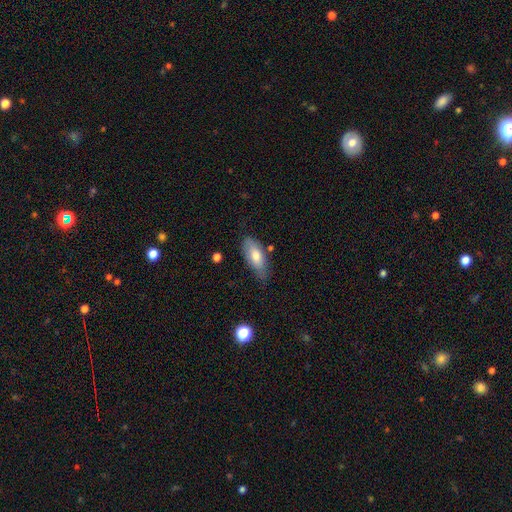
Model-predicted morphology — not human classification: A smooth galaxy with no disk features (74%) that is in between round and cigar-shaped (83%).

Vote fractions:
- Smooth or featured? smooth: 74% / featured or disk: 20% / star or artifact: 6%
- How rounded? in between: 83% / cigar-shaped: 15% / round: 2%
- Merging? none: 67% / minor disturbance: 25% / major disturbance: 5% / merger: 3%